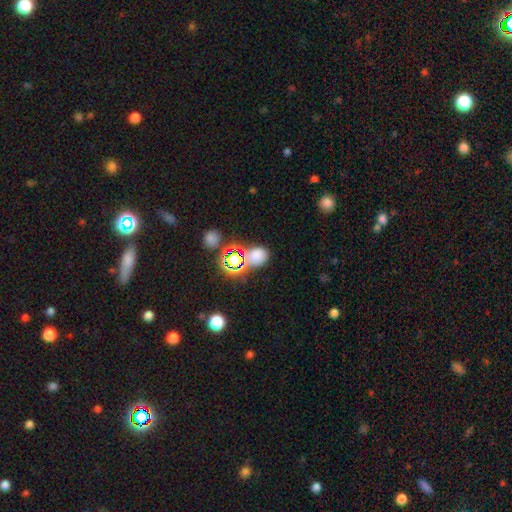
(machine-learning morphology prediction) This is likely a smooth galaxy (61%). How rounded: possibly in between (55%). Merging: possibly none (56%).